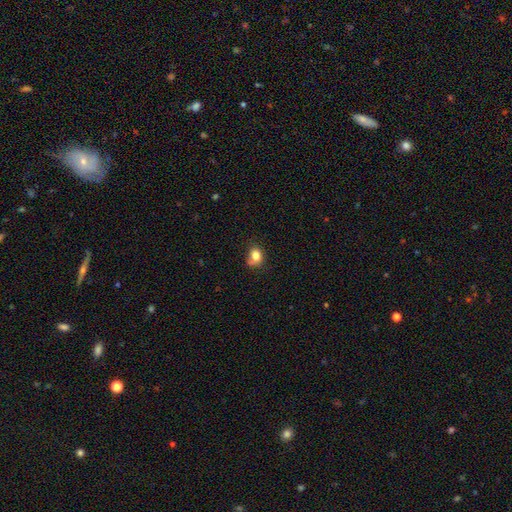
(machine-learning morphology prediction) Smooth or featured?
  - smooth: 80% *
  - star or artifact: 11%
  - featured or disk: 9%
How rounded?
  - round: 52% *
  - in between: 47%
  - cigar-shaped: 1%
Merging?
  - none: 53% *
  - minor disturbance: 31%
  - major disturbance: 10%
  - merger: 6%